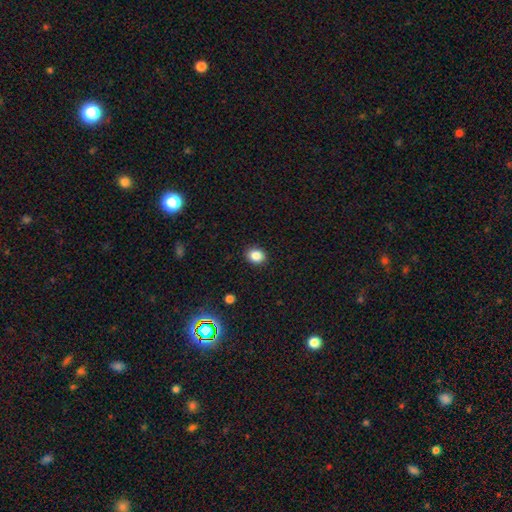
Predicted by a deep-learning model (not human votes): smooth 85%, star or artifact 10%, featured or disk 4%. Down the decision tree: how rounded — round (53%); merging — none (90%).